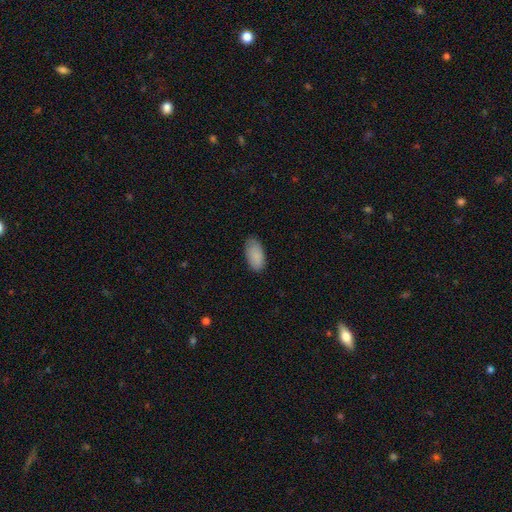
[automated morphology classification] smooth_or_featured: smooth (p=0.89) [alt: star or artifact p=0.06]
how_rounded: in between (p=0.95) [alt: cigar-shaped p=0.03]
merging: none (p=0.80) [alt: minor disturbance p=0.16]